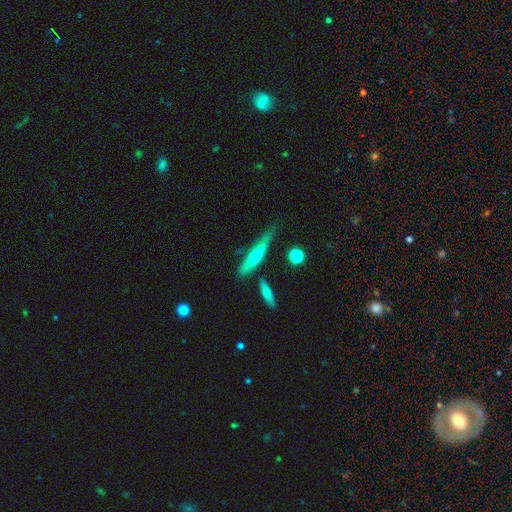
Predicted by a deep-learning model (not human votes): Smooth or featured? Predicted: featured or disk (p=0.54). Edge-on disk? Predicted: yes (p=0.90). Merging? Predicted: none (p=0.67).